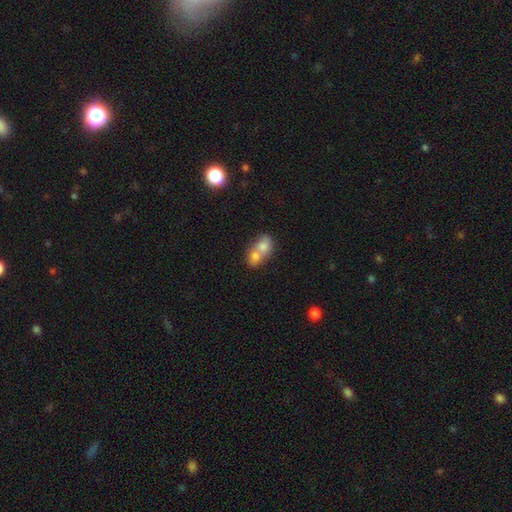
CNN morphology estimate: Smooth or featured? Predicted: smooth (p=0.72). How rounded? Predicted: in between (p=0.54). Merging? Predicted: merger (p=0.77).